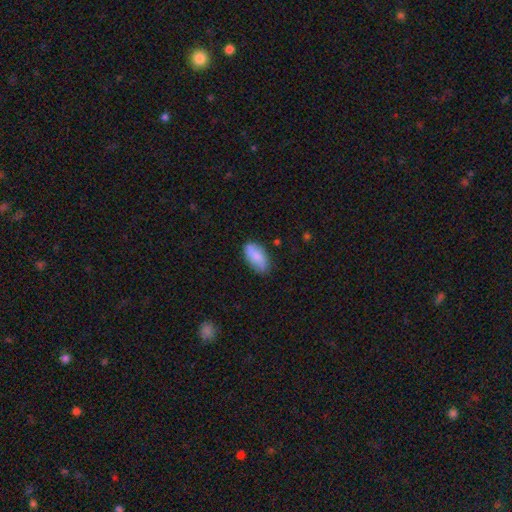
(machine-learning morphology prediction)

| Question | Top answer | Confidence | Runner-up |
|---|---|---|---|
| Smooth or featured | smooth | 82% | featured or disk (12%) |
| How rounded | in between | 92% | cigar-shaped (6%) |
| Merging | none | 79% | minor disturbance (16%) |